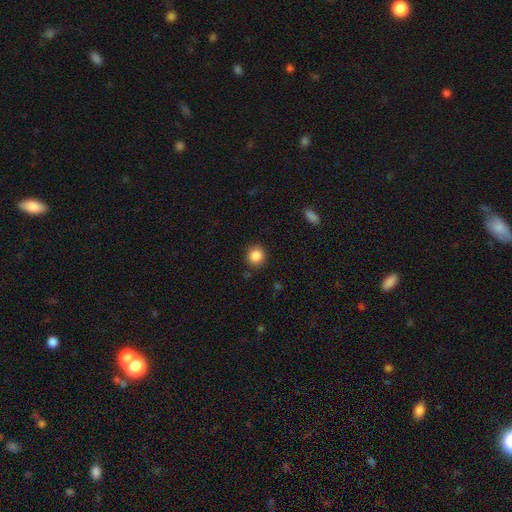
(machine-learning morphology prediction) Overall: smooth (86%). How rounded: round (88%). Merging: none (88%).